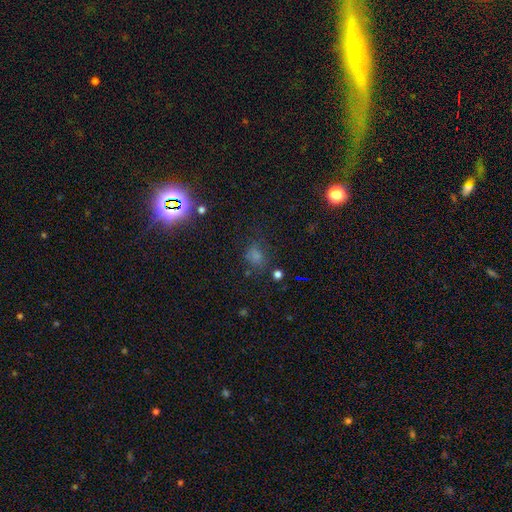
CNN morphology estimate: This is likely a smooth galaxy (63%). How rounded: possibly round (52%). Merging: likely none (64%).